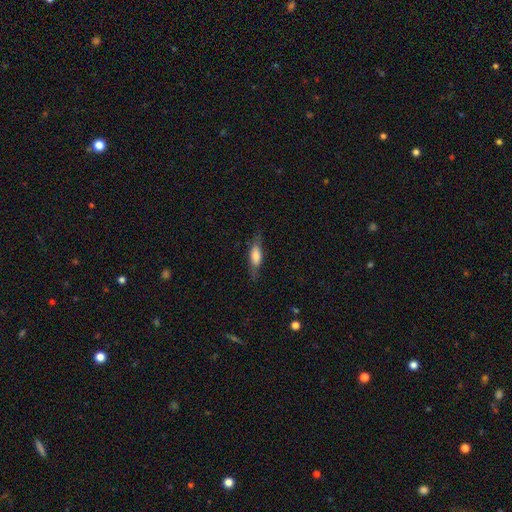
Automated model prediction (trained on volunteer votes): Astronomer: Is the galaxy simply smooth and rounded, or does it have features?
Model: smooth — 63%.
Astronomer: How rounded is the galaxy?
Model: in between — 56% (runner-up: cigar-shaped, 41%).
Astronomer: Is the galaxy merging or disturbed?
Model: none — 73%.